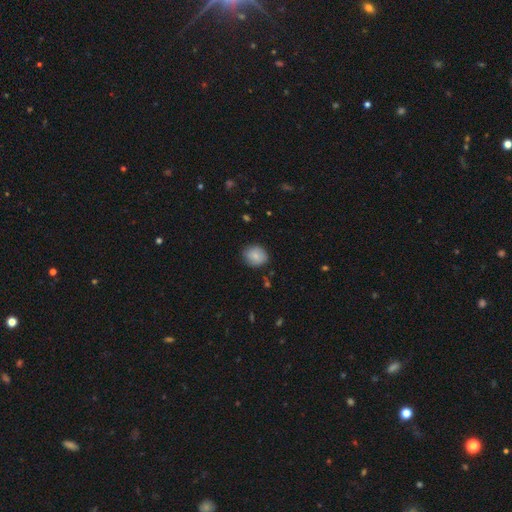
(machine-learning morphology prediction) A smooth galaxy with no disk features (82%) that is round (72%). Merging: none (83%).